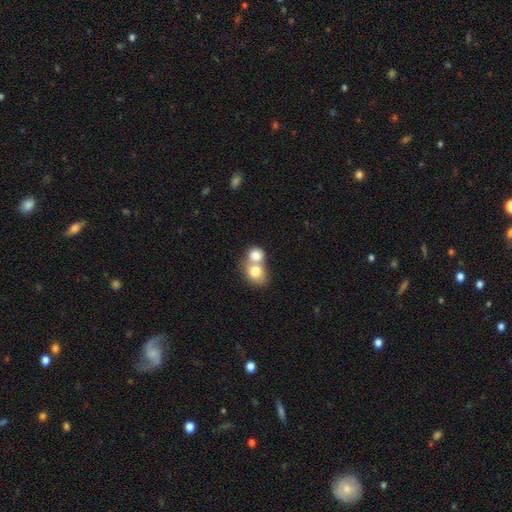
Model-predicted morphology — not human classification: This is likely a smooth galaxy (78%). How rounded: likely round (61%). Merging: likely merger (70%).